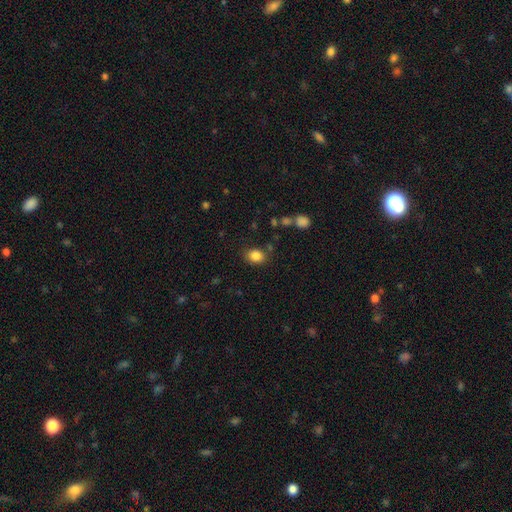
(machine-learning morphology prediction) Smooth or featured? Predicted: smooth (p=0.85). How rounded? Predicted: in between (p=0.53). Merging? Predicted: none (p=0.79).